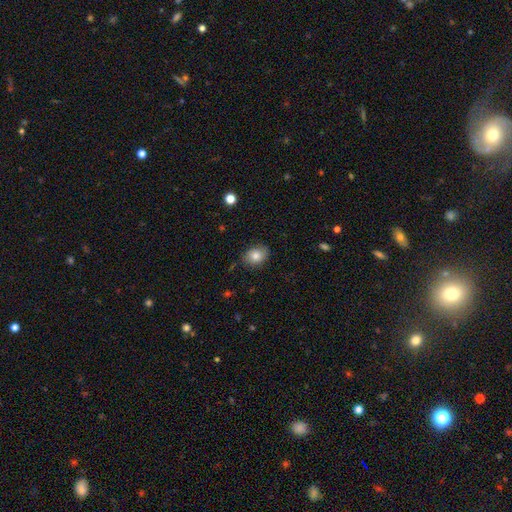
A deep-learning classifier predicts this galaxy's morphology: This is clearly a smooth galaxy (82%). How rounded: likely in between (65%). Merging: clearly none (82%).